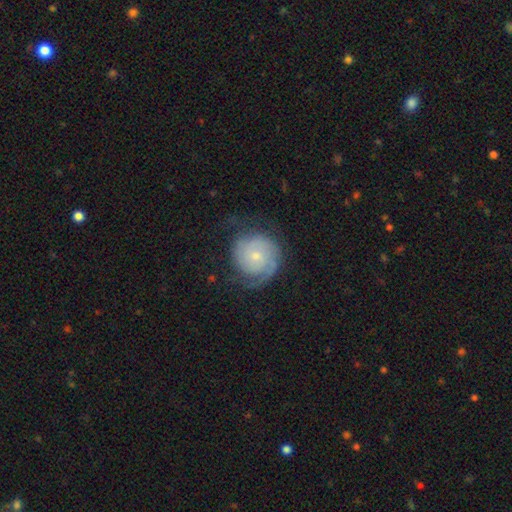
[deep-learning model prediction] This is likely a featured or disk galaxy (71%). It is clearly not viewed edge-on (98%). Bar: likely no (77%). Spiral arm pattern: clearly yes (92%). Spiral arm count: marginally 2 (44%). Spiral winding: likely tight (60%). Central bulge: likely small (65%). Merging: likely none (65%).